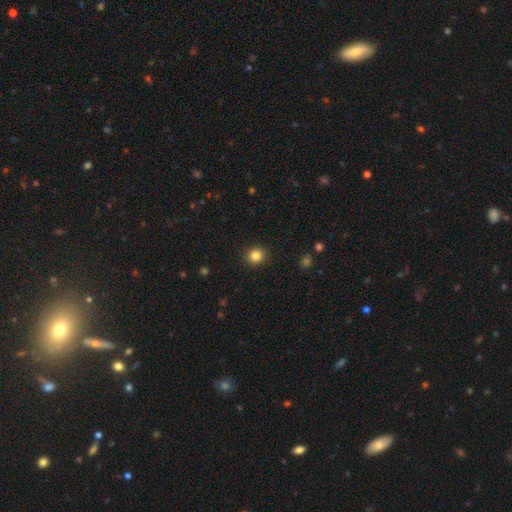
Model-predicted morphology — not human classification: Smooth or featured?
  - smooth: 84% *
  - star or artifact: 11%
  - featured or disk: 5%
How rounded?
  - round: 90% *
  - in between: 9%
  - cigar-shaped: 1%
Merging?
  - none: 91% *
  - minor disturbance: 6%
  - major disturbance: 2%
  - merger: 1%